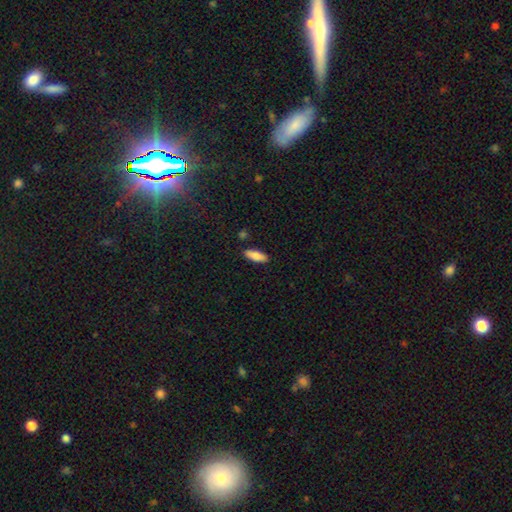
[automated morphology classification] Q: Smooth or featured?
A: smooth (84%); runner-up: featured or disk (10%)
Q: How rounded?
A: in between (68%); runner-up: cigar-shaped (30%)
Q: Merging?
A: none (87%); runner-up: minor disturbance (9%)